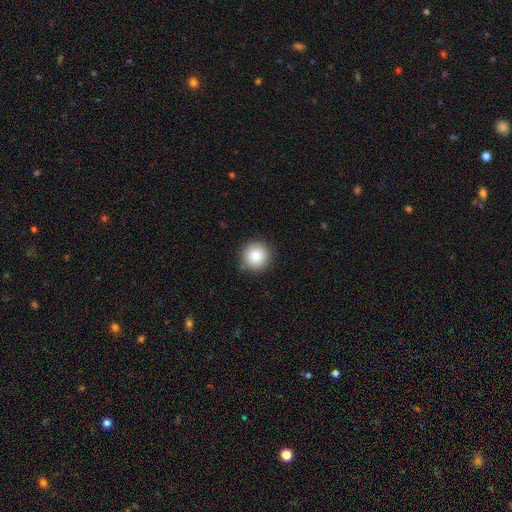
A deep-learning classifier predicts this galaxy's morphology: Smooth or featured: smooth — 83% (star or artifact — 9%)
How rounded: round — 95% (in between — 4%)
Merging: none — 89% (minor disturbance — 8%)